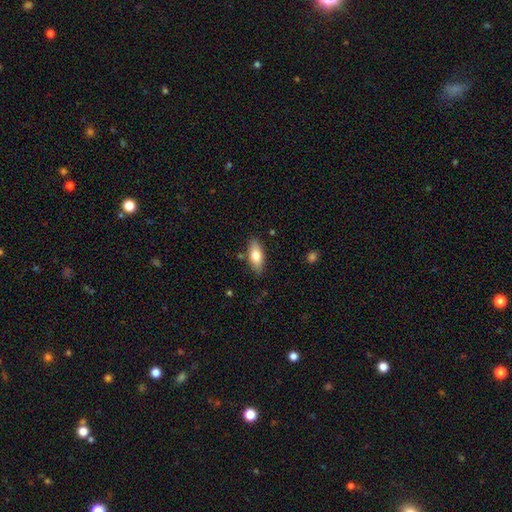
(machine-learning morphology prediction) This appears to be a smooth galaxy with no disk features (75%) that is in between round and cigar-shaped (79%). Merging: none (83%).